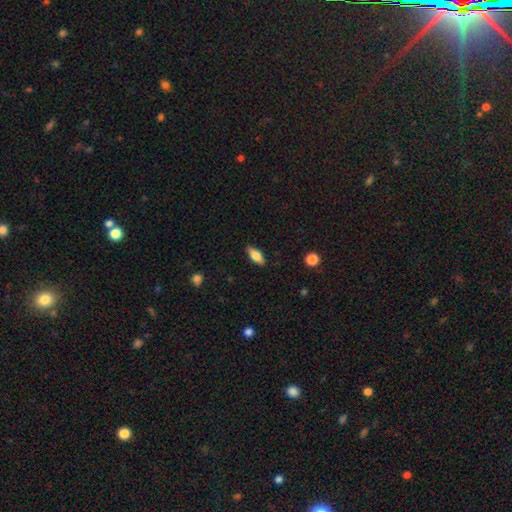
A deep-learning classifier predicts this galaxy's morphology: A smooth galaxy with no disk features (65%) that is in between round and cigar-shaped (71%). Merging: none (88%).